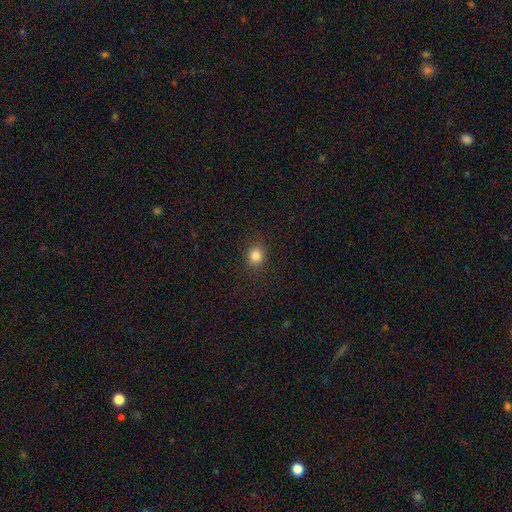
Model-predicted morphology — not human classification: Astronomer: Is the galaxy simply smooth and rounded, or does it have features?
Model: smooth — 83%.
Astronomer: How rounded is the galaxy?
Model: round — 78%.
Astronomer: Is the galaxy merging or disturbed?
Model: none — 89%.